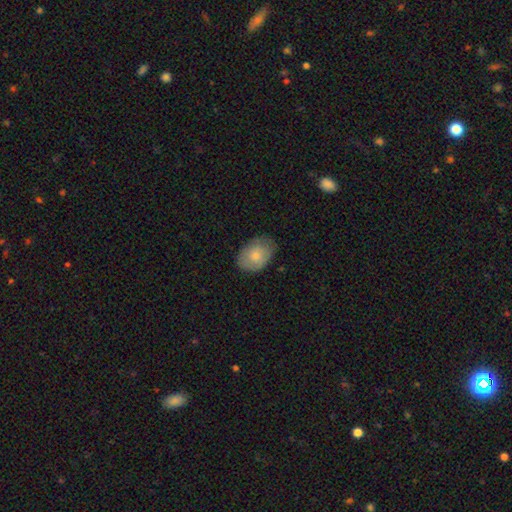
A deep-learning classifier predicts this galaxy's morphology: smooth 77%, featured or disk 17%, star or artifact 7%. Down the decision tree: how rounded — in between (80%); merging — none (72%).